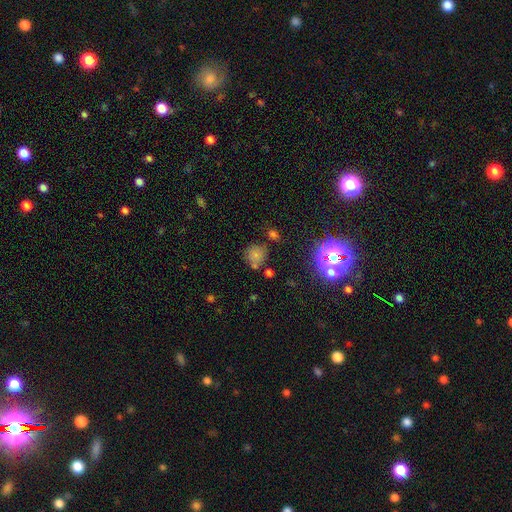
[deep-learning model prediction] smooth-or-featured: smooth: 68% | star or artifact: 23% | featured or disk: 9%
  how-rounded: round: 85% | in between: 14% | cigar-shaped: 1%
  merging: none: 66% | minor disturbance: 14% | merger: 14% | major disturbance: 5%